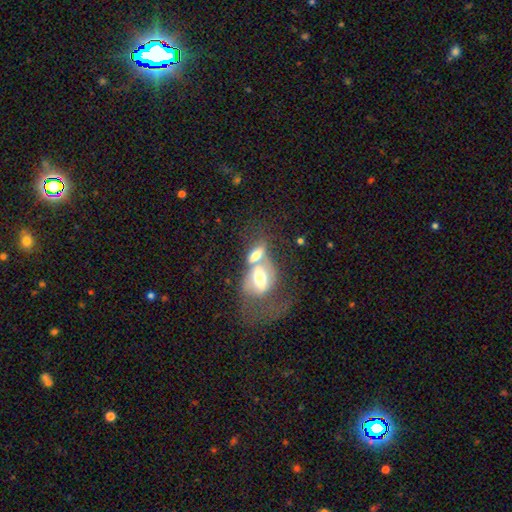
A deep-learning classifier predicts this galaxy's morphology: Overall: smooth (48%; featured or disk 43%). Merging: merger (73%).